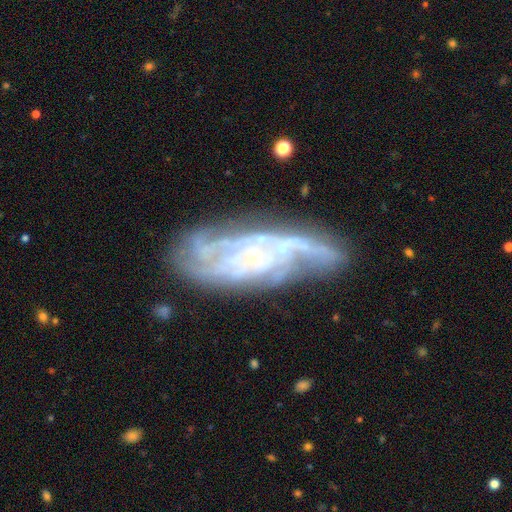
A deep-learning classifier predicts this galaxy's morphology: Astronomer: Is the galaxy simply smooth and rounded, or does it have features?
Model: featured or disk — 85%.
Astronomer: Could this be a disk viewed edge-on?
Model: no — 89%.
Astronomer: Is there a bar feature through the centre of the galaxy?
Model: no — 69%.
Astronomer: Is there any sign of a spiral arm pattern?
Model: yes — 94%.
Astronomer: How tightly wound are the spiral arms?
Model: tight — 58%.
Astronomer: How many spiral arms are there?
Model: can't tell — 31% (runner-up: 4, 20%).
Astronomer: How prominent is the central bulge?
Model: small — 81%.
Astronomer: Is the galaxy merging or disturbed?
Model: none — 66%.